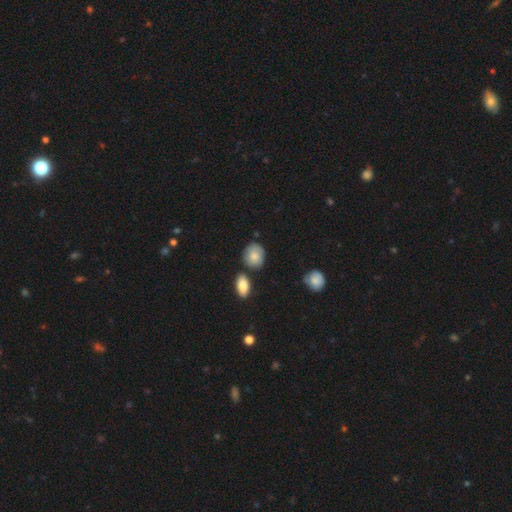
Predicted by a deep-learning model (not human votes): Smooth or featured? smooth (79%)
How rounded? round (62%)
Merging? none (71%)